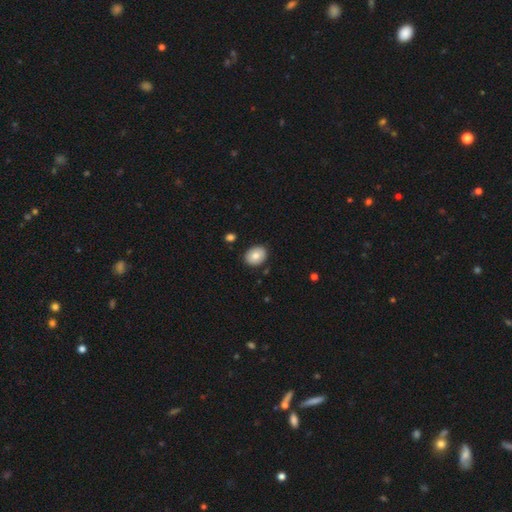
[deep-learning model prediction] Q: Smooth or featured?
A: smooth (80%); runner-up: featured or disk (12%)
Q: How rounded?
A: in between (50%); runner-up: round (49%)
Q: Merging?
A: none (87%); runner-up: minor disturbance (9%)